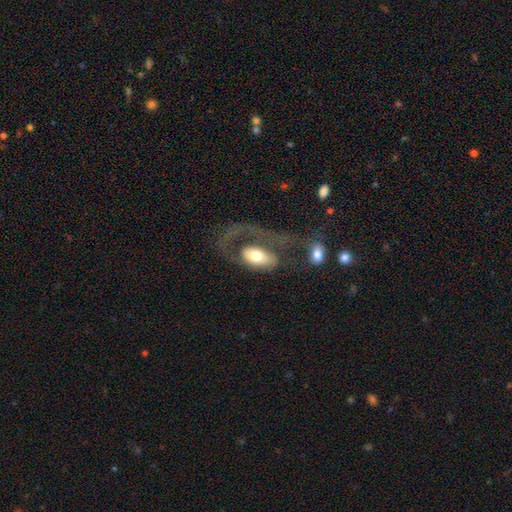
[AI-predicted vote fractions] smooth 49%, featured or disk 45%, star or artifact 6%. Down the decision tree: merging — major disturbance (50%).